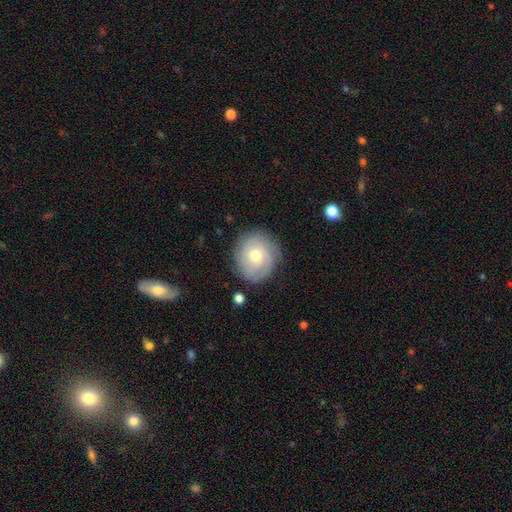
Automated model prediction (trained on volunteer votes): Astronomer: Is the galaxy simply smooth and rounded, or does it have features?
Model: featured or disk — 49% (runner-up: smooth, 43%).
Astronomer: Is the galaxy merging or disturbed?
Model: none — 80%.